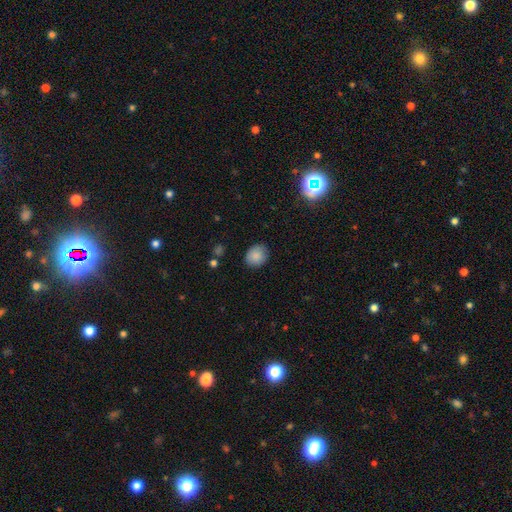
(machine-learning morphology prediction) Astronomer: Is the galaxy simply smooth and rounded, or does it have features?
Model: smooth — 87%.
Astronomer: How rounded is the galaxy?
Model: round — 64%.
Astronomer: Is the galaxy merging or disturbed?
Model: none — 85%.